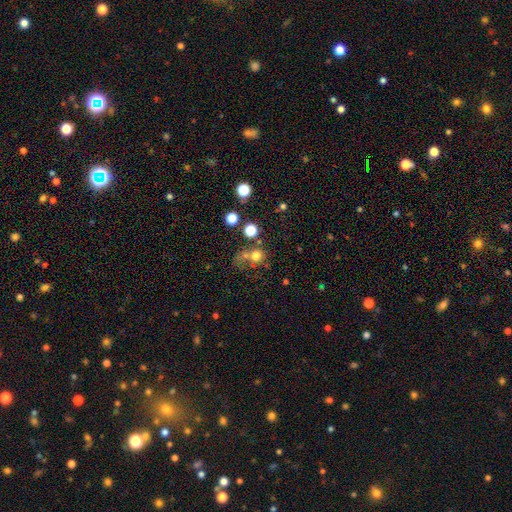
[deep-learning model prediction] Overall: smooth (68%). How rounded: round (82%). Merging: none (43%; merger 34%).